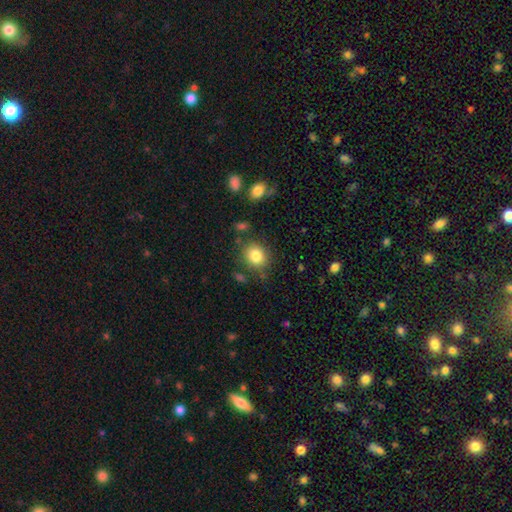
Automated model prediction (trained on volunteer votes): Smooth or featured? Predicted: smooth (p=0.83). How rounded? Predicted: round (p=0.71). Merging? Predicted: none (p=0.80).